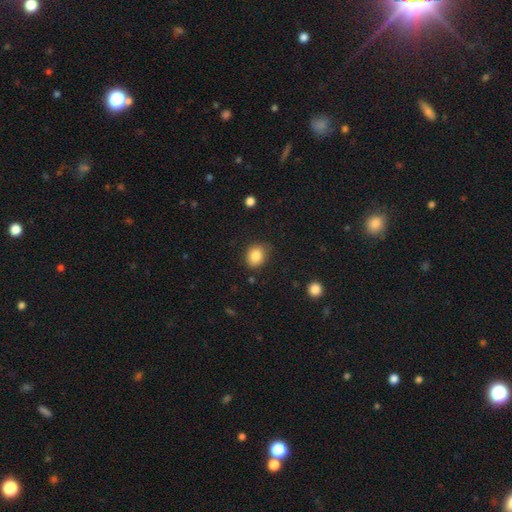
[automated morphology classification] This appears to be a smooth galaxy with no disk features (84%) that is round (57%). Merging: none (76%).